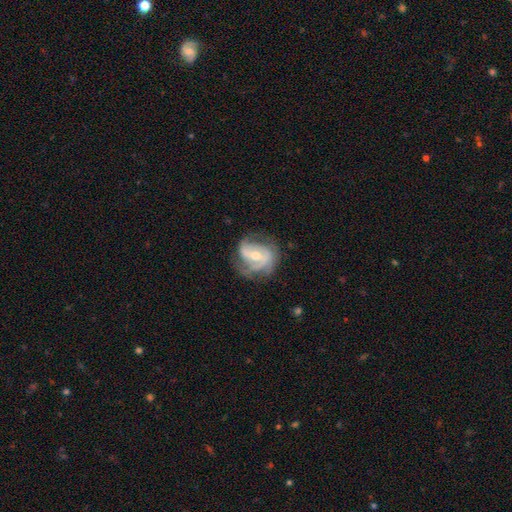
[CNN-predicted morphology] A featured or disk galaxy (83%) with a weak bar (40%), 2 (52%) medium (42%) spiral arms (92%) and a moderate central bulge (59%). Merging: none (61%).